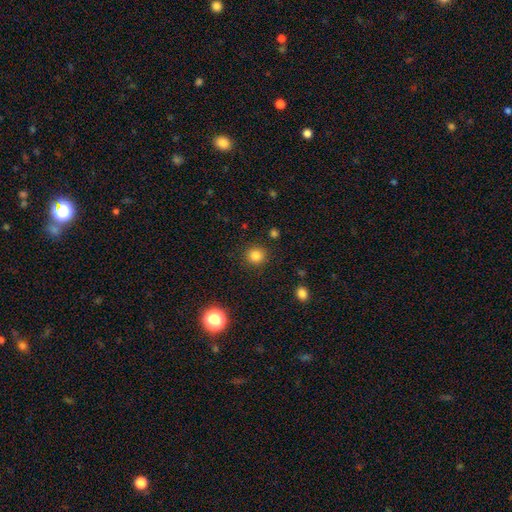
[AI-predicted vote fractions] Smooth or featured?
  - smooth: 82% *
  - star or artifact: 13%
  - featured or disk: 5%
How rounded?
  - round: 89% *
  - in between: 10%
  - cigar-shaped: 1%
Merging?
  - none: 89% *
  - minor disturbance: 7%
  - major disturbance: 3%
  - merger: 2%